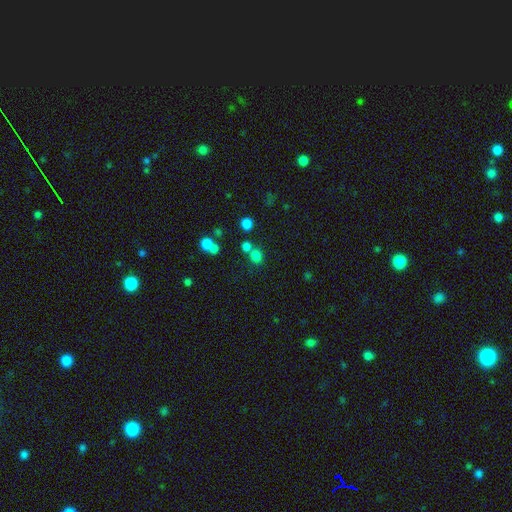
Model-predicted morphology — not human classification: A smooth galaxy with no disk features (73%) that is round (79%). Merging: none (62%).